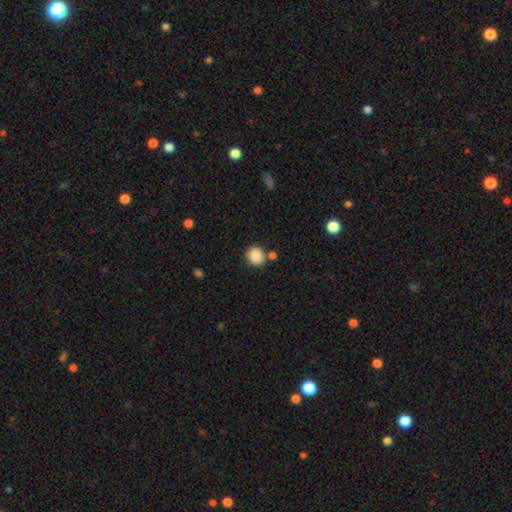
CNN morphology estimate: Smooth or featured? smooth (88%)
How rounded? round (85%)
Merging? none (77%)